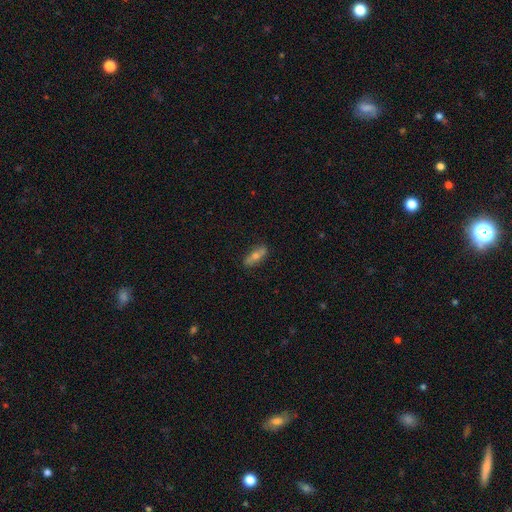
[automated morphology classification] A smooth galaxy with no disk features (48%). Merging: none (85%).